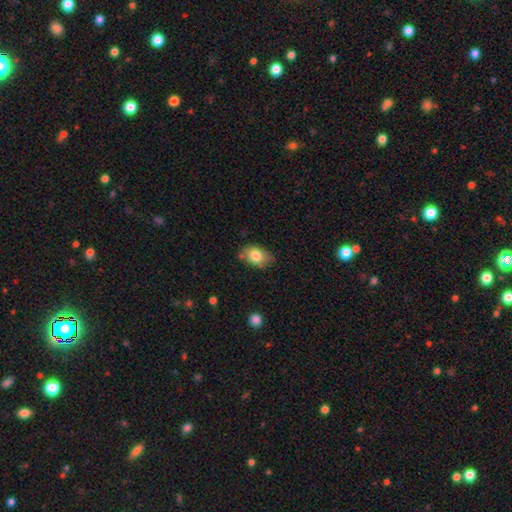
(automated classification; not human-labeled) smooth_or_featured: smooth (p=0.80) [alt: featured or disk p=0.12]
how_rounded: in between (p=0.83) [alt: round p=0.16]
merging: none (p=0.73) [alt: minor disturbance p=0.21]